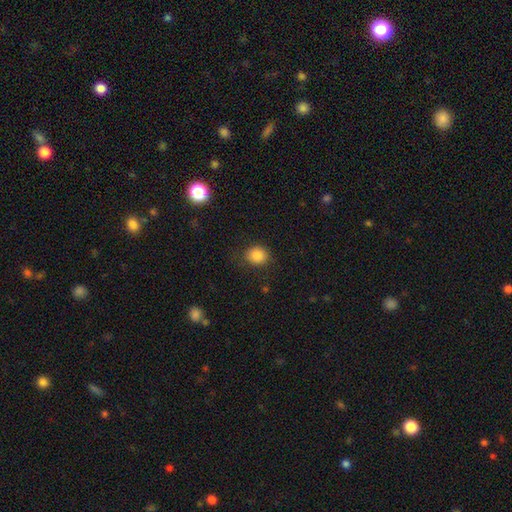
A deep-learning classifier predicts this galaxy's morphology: Smooth or featured? Predicted: smooth (p=0.86). How rounded? Predicted: round (p=0.71). Merging? Predicted: none (p=0.80).